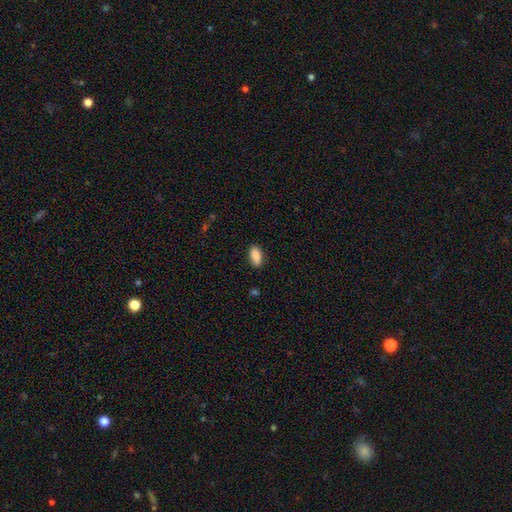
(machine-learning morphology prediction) Smooth or featured?
  - smooth: 87% *
  - star or artifact: 7%
  - featured or disk: 6%
How rounded?
  - in between: 91% *
  - cigar-shaped: 6%
  - round: 3%
Merging?
  - none: 85% *
  - minor disturbance: 11%
  - major disturbance: 2%
  - merger: 1%